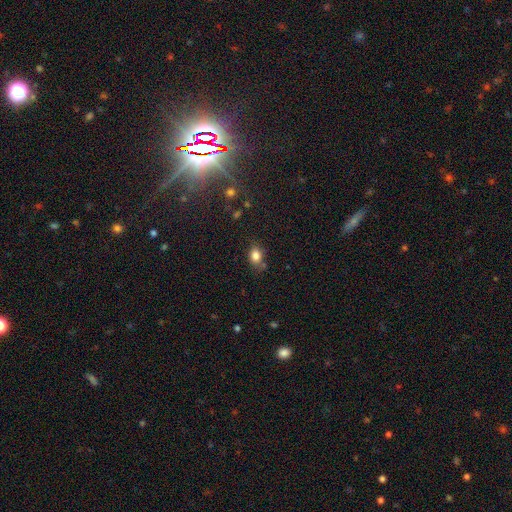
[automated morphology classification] Smooth or featured? Predicted: smooth (p=0.82). How rounded? Predicted: in between (p=0.60). Merging? Predicted: none (p=0.70).